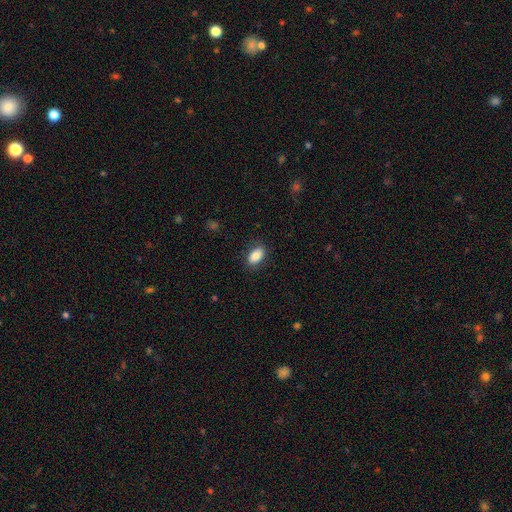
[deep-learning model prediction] The model was most divided on "merging": none: 84%, minor disturbance: 12%, major disturbance: 3%, merger: 1%. More confident: how rounded — in between (91%); smooth or featured — smooth (85%).